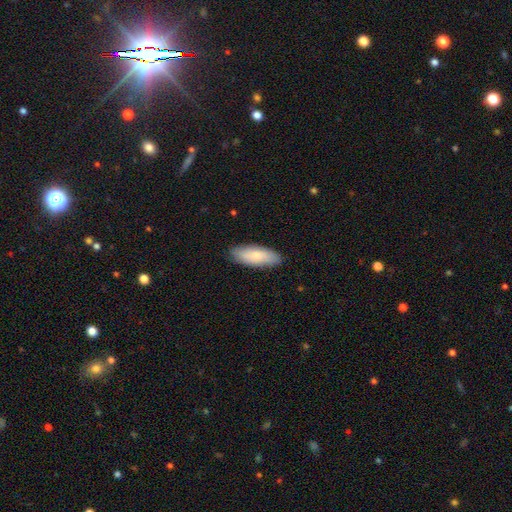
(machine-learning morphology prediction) Smooth or featured? Predicted: smooth (p=0.79). How rounded? Predicted: in between (p=0.67). Merging? Predicted: none (p=0.87).